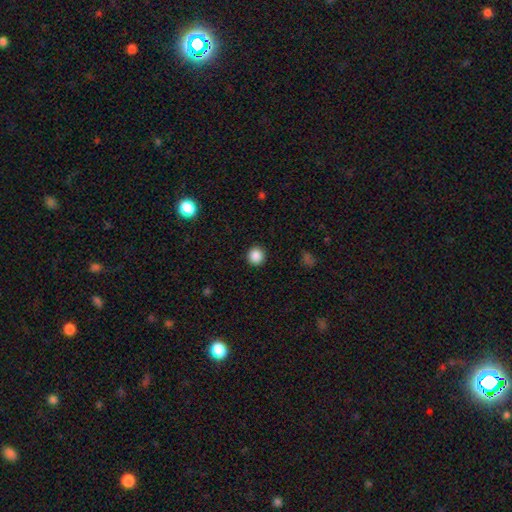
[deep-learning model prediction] Smooth or featured? Predicted: smooth (p=0.87). How rounded? Predicted: round (p=0.94). Merging? Predicted: none (p=0.92).